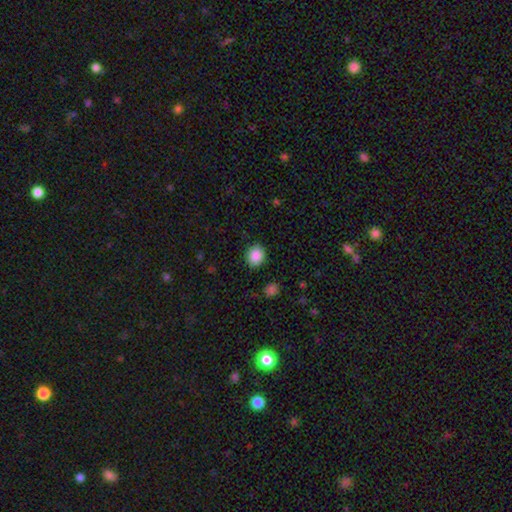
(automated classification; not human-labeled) The model was most divided on "how rounded": round: 69%, in between: 30%, cigar-shaped: 1%. More confident: smooth or featured — smooth (88%); merging — none (88%).